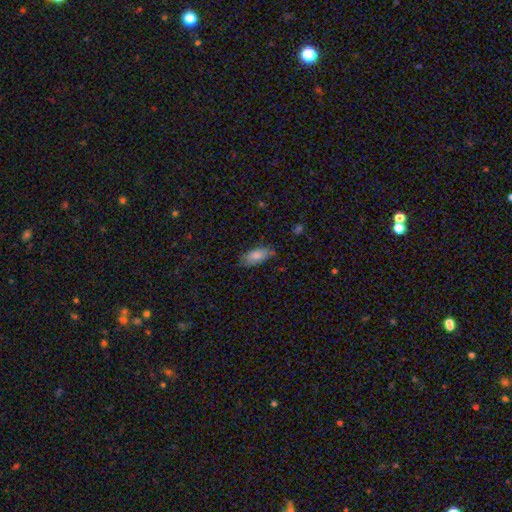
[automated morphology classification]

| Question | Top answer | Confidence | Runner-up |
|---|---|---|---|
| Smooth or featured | smooth | 81% | featured or disk (12%) |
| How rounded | in between | 86% | cigar-shaped (11%) |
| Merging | none | 76% | minor disturbance (19%) |